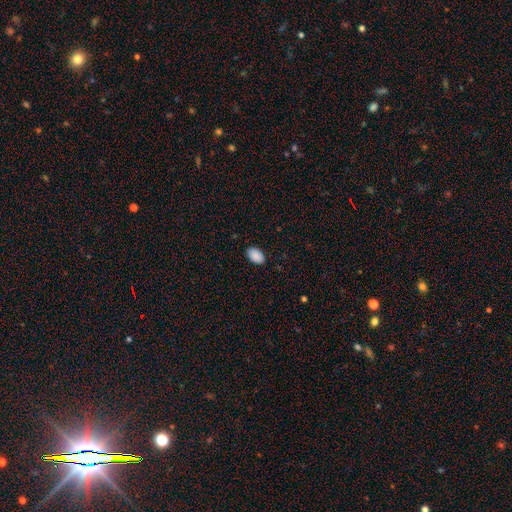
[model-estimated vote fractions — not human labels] smooth-or-featured: smooth: 90% | star or artifact: 7% | featured or disk: 3%
  how-rounded: in between: 93% | round: 6% | cigar-shaped: 1%
  merging: none: 88% | minor disturbance: 9% | major disturbance: 2% | merger: 1%